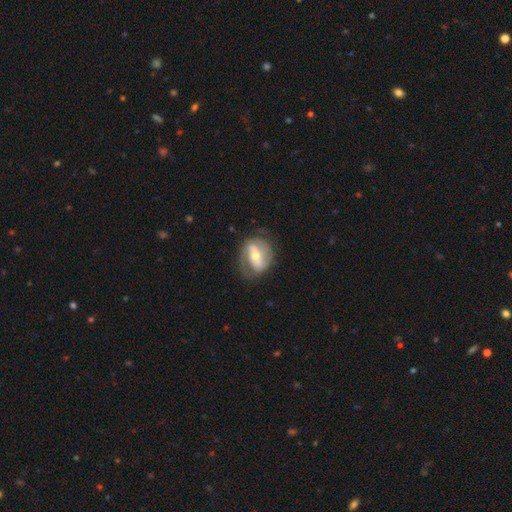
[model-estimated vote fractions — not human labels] Smooth or featured?
  - featured or disk: 71% *
  - smooth: 23%
  - star or artifact: 6%
Edge-on disk?
  - no: 95% *
  - yes: 5%
Bar?
  - strong: 46% *
  - weak: 33%
  - no: 21%
Spiral arms?
  - yes: 75% *
  - no: 25%
Spiral winding?
  - medium: 41% *
  - tight: 36%
  - loose: 23%
Spiral arm count?
  - 2: 74% *
  - can't tell: 15%
  - 1: 5%
  - 3: 3%
  - 4: 1%
  - more than 4: 1%
Bulge size?
  - moderate: 62% *
  - small: 31%
  - large: 5%
  - none: 1%
  - dominant: 1%
Merging?
  - none: 67% *
  - minor disturbance: 20%
  - major disturbance: 11%
  - merger: 2%